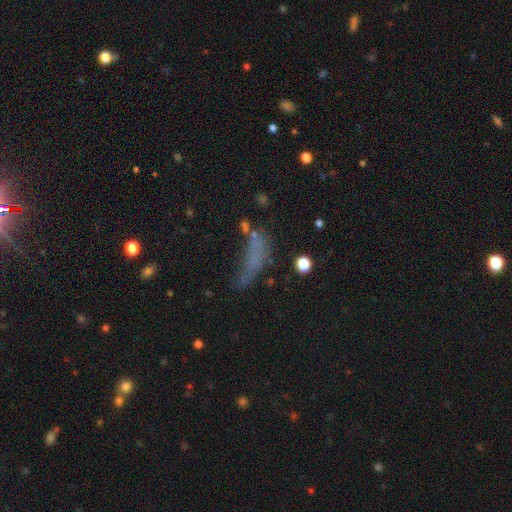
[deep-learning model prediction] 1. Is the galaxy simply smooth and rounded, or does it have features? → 55% smooth, 23% featured or disk, 21% star or artifact.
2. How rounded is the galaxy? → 55% in between, 38% cigar-shaped, 7% round.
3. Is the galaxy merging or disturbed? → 36% none, 32% major disturbance, 22% minor disturbance, 11% merger.